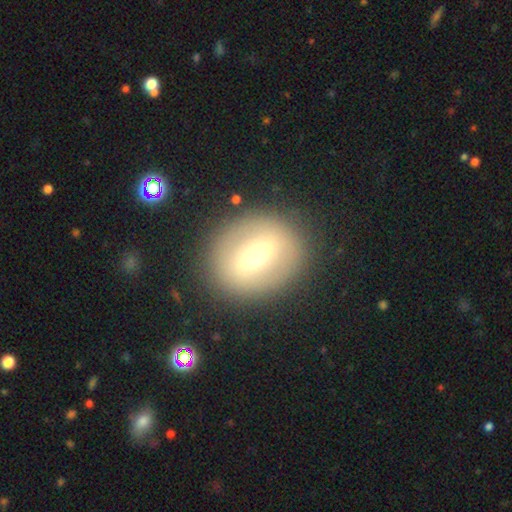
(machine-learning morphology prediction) A smooth galaxy with no disk features (50%). Merging: none (86%).